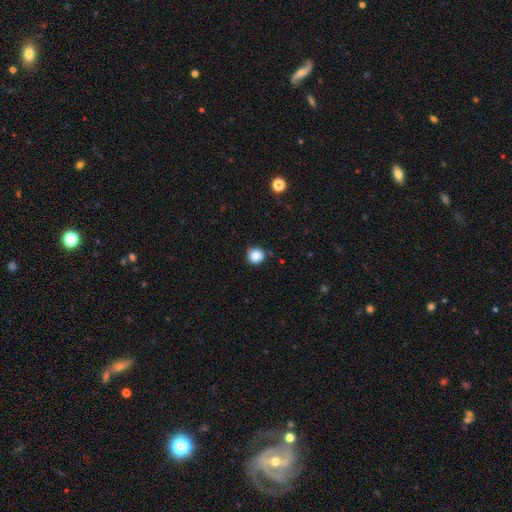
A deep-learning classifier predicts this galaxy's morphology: smooth_or_featured: smooth (p=0.86) [alt: star or artifact p=0.10]
how_rounded: round (p=0.87) [alt: in between p=0.12]
merging: none (p=0.75) [alt: minor disturbance p=0.19]